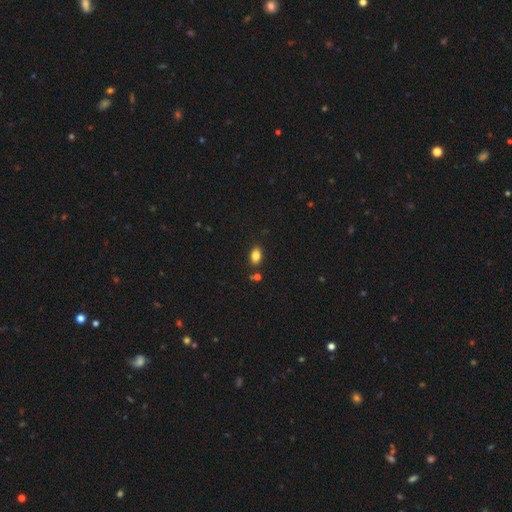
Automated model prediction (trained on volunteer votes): This appears to be a smooth galaxy with no disk features (84%) that is in between round and cigar-shaped (83%). Merging: none (83%).